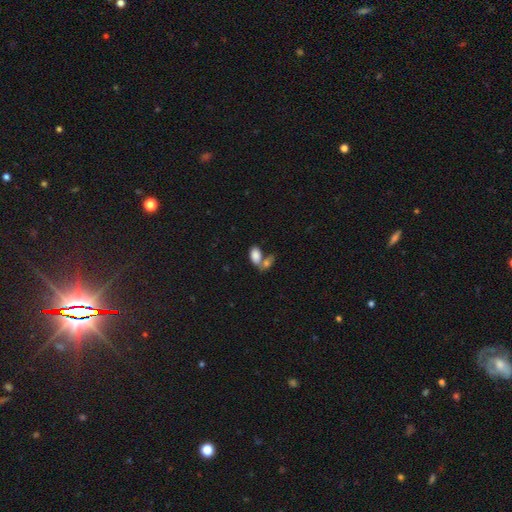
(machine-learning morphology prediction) The model was most divided on "merging": merger: 53%, none: 32%, minor disturbance: 10%, major disturbance: 5%. More confident: how rounded — in between (92%); smooth or featured — smooth (83%).